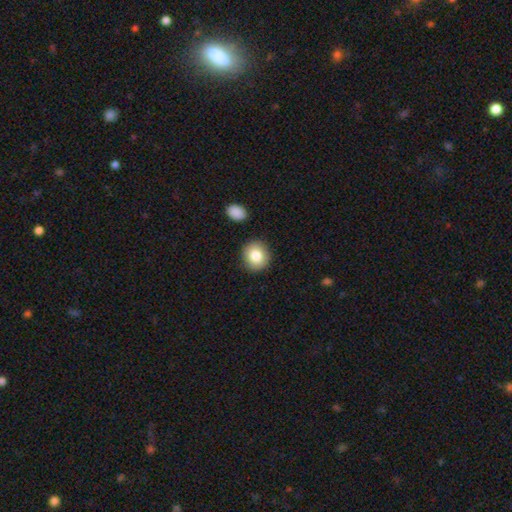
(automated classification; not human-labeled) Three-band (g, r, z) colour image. It shows a smooth galaxy with no disk features (82%) that is round (82%). Merging: none (88%).